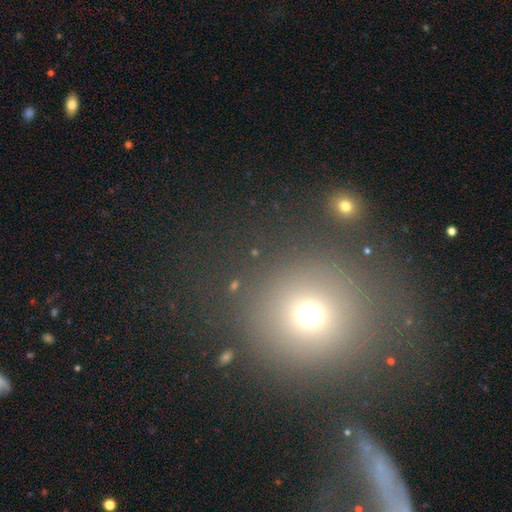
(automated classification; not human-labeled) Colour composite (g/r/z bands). It shows a smooth galaxy with no disk features (62%) that is round (90%). Merging: none (70%).